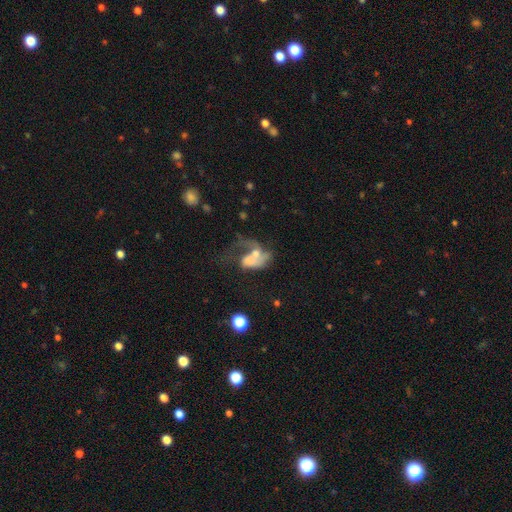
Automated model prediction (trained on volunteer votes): Smooth or featured? Predicted: featured or disk (p=0.55). Edge-on disk? Predicted: no (p=0.97). Bar? Predicted: no (p=0.75). Spiral arms? Predicted: yes (p=0.54). Bulge size? Predicted: moderate (p=0.40). Merging? Predicted: major disturbance (p=0.38, tied with merger).